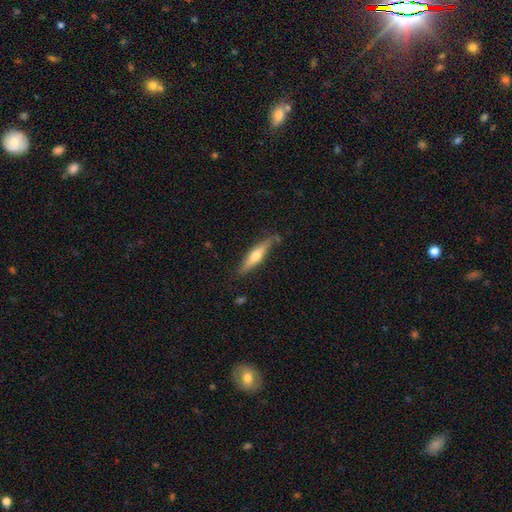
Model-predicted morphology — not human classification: type=featured or disk (52%); edge-on=yes (93%); merging=none (79%).